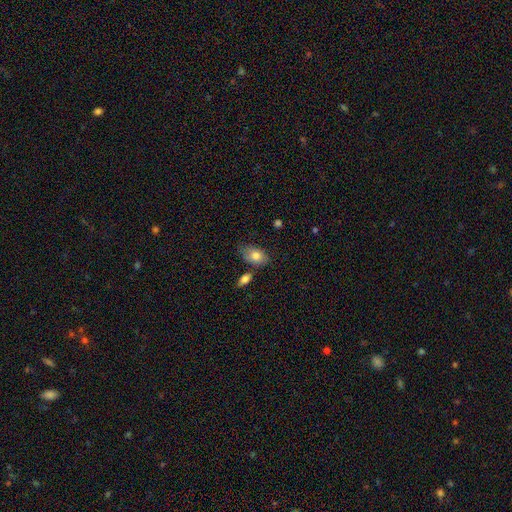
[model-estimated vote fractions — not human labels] smooth-or-featured: smooth: 80% | featured or disk: 13% | star or artifact: 7%
  how-rounded: in between: 87% | round: 12% | cigar-shaped: 2%
  merging: none: 62% | minor disturbance: 23% | merger: 9% | major disturbance: 6%